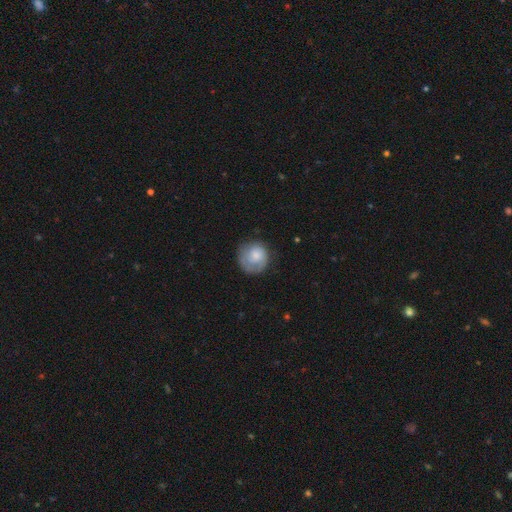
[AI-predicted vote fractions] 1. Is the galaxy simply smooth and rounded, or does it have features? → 68% smooth, 26% featured or disk, 7% star or artifact.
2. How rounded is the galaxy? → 87% round, 12% in between, 1% cigar-shaped.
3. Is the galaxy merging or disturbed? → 67% none, 21% minor disturbance, 10% major disturbance, 1% merger.